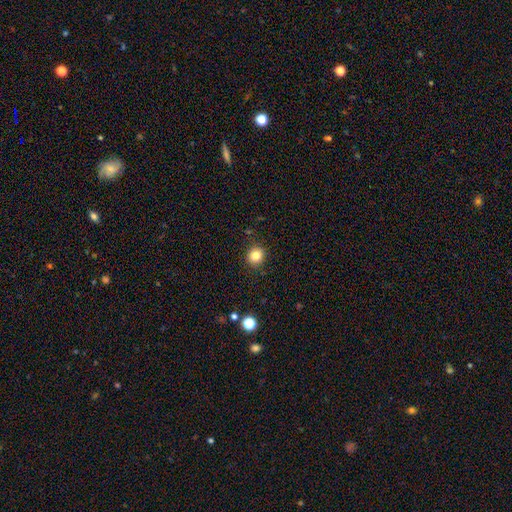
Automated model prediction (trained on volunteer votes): Q: Smooth or featured?
A: smooth (83%); runner-up: star or artifact (11%)
Q: How rounded?
A: round (83%); runner-up: in between (16%)
Q: Merging?
A: none (89%); runner-up: minor disturbance (7%)